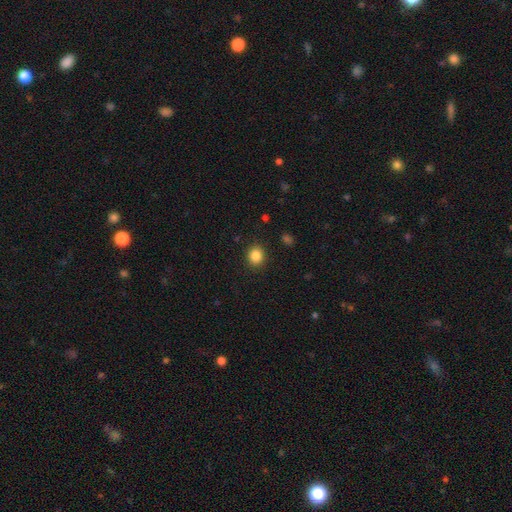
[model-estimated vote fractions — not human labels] A smooth galaxy with no disk features (85%) that is round (80%).

Vote fractions:
- Smooth or featured? smooth: 85% / star or artifact: 10% / featured or disk: 4%
- How rounded? round: 80% / in between: 19% / cigar-shaped: 1%
- Merging? none: 90% / minor disturbance: 7% / major disturbance: 2% / merger: 1%